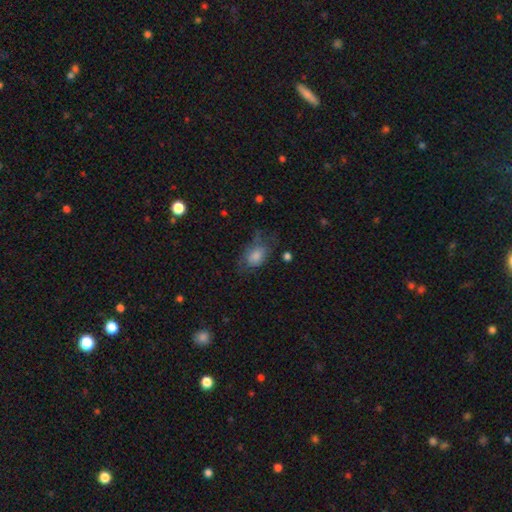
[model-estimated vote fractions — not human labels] Smooth or featured: smooth — 62% (featured or disk — 26%)
How rounded: in between — 78% (round — 20%)
Merging: none — 47% (minor disturbance — 28%)